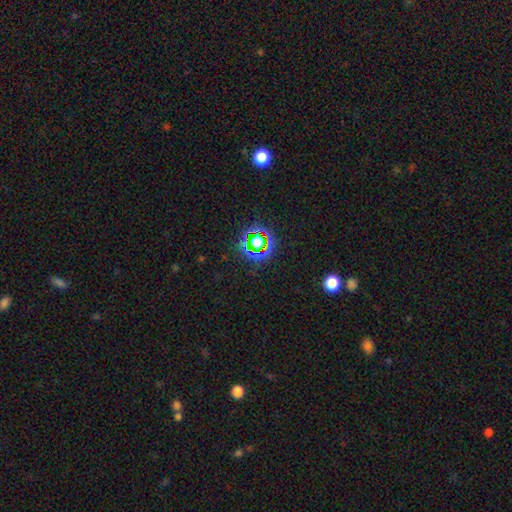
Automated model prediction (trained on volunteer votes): This is likely a star or artifact rather than a galaxy (76%).